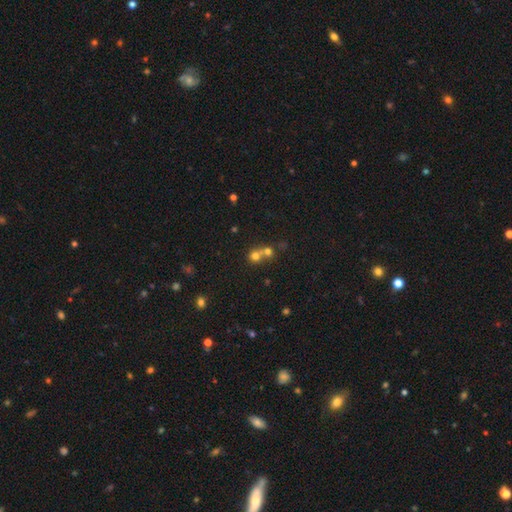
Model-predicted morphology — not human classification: smooth-or-featured: smooth: 68% | star or artifact: 18% | featured or disk: 14%
  how-rounded: round: 86% | in between: 13% | cigar-shaped: 1%
  merging: merger: 57% | none: 36% | minor disturbance: 5% | major disturbance: 3%